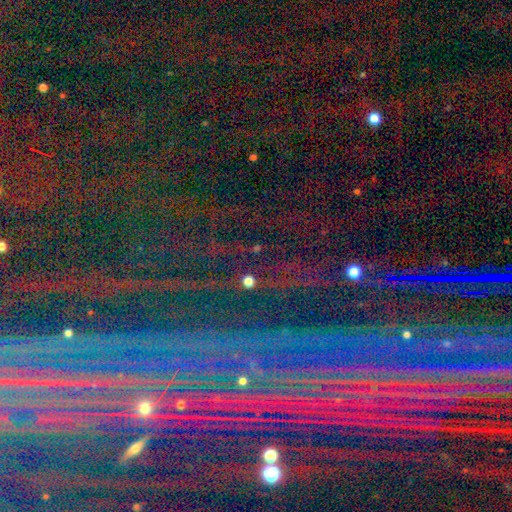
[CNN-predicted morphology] The model was most divided on "smooth or featured": star or artifact: 87%, featured or disk: 7%, smooth: 6%.